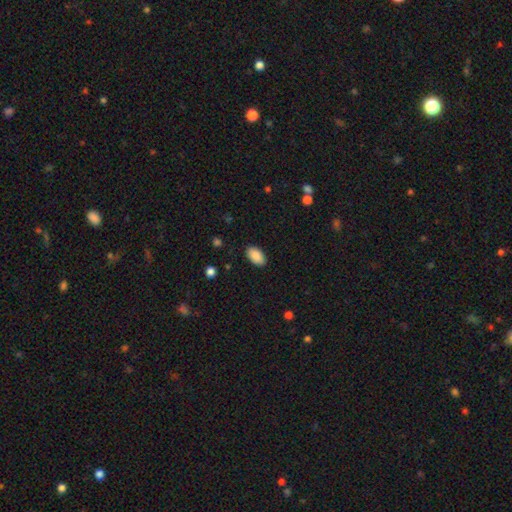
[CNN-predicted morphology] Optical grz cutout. It shows a smooth galaxy with no disk features (90%) that is in between round and cigar-shaped (95%). Merging: none (88%).